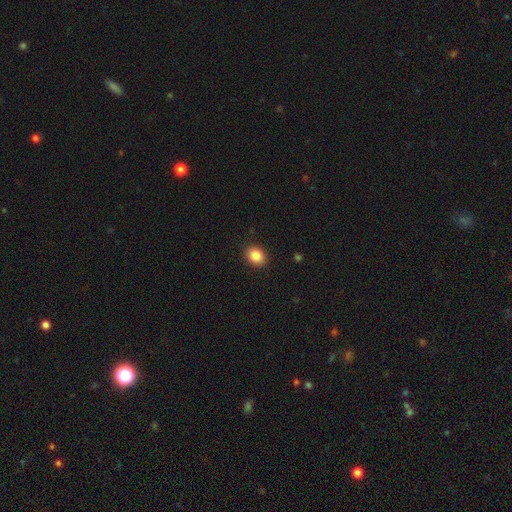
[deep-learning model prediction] A smooth galaxy with no disk features (86%) that is in between round and cigar-shaped (57%).

Vote fractions:
- Smooth or featured? smooth: 86% / star or artifact: 9% / featured or disk: 5%
- How rounded? in between: 57% / round: 42% / cigar-shaped: 1%
- Merging? none: 90% / minor disturbance: 7% / major disturbance: 2% / merger: 1%